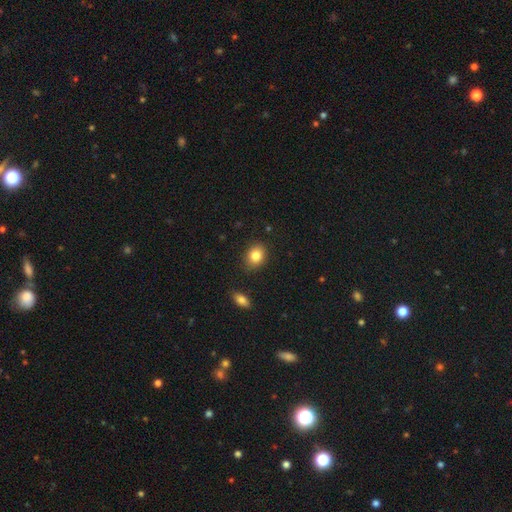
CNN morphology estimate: This is clearly a smooth galaxy (84%). How rounded: possibly in between (54%). Merging: clearly none (86%).